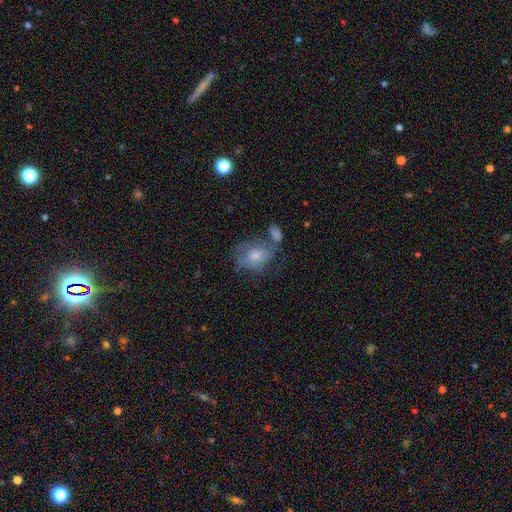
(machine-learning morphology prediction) A featured or disk galaxy (47%).

Vote fractions:
- Smooth or featured? featured or disk: 47% / smooth: 41% / star or artifact: 13%
- Merging? none: 42% / merger: 22% / minor disturbance: 21% / major disturbance: 15%